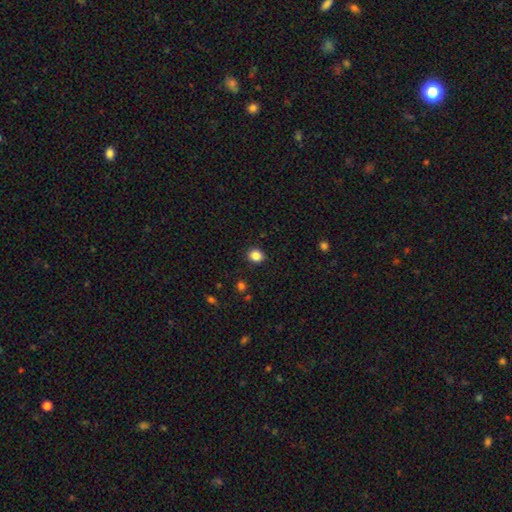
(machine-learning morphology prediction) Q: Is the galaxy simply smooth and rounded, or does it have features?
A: smooth — 86%.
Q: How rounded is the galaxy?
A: round — 68%.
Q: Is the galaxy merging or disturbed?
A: none — 90%.